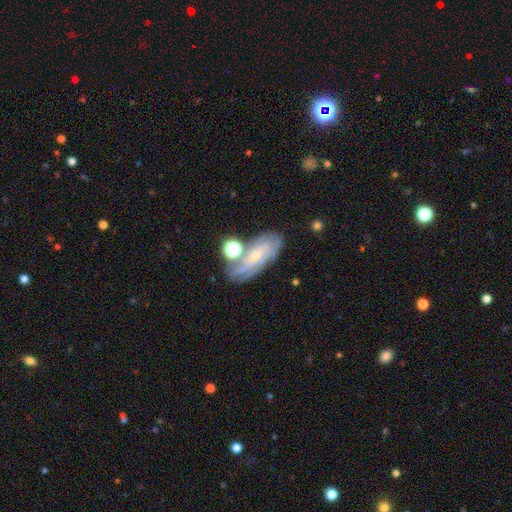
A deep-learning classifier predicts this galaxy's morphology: Overall: featured or disk (61%; smooth 28%). Edge-on disk: no (90%). Bar: no (66%; weak 26%). Spiral arms: yes (78%). Bulge size: small (71%). Merging: none (51%; minor disturbance 20%).